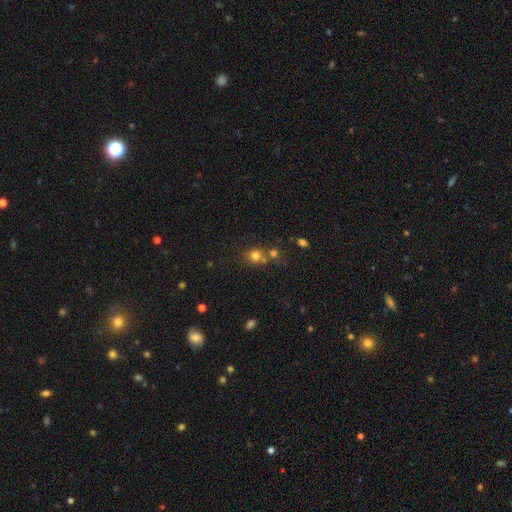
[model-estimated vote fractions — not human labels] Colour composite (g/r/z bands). It shows a smooth galaxy with no disk features (75%) that is round (82%). Merging: none (52%).